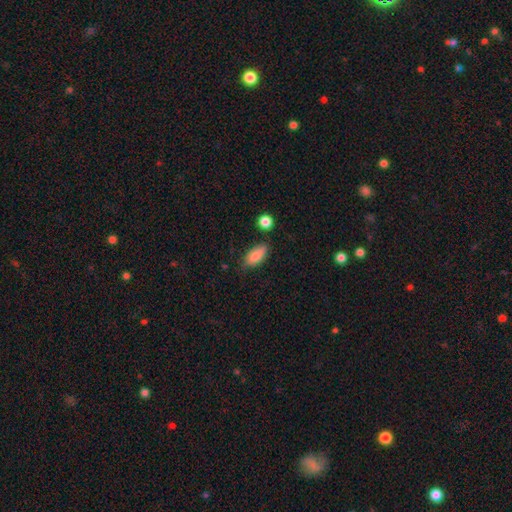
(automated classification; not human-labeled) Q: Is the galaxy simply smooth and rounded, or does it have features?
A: smooth — 82%.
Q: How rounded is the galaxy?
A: in between — 81%.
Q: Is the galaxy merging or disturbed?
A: none — 71%.